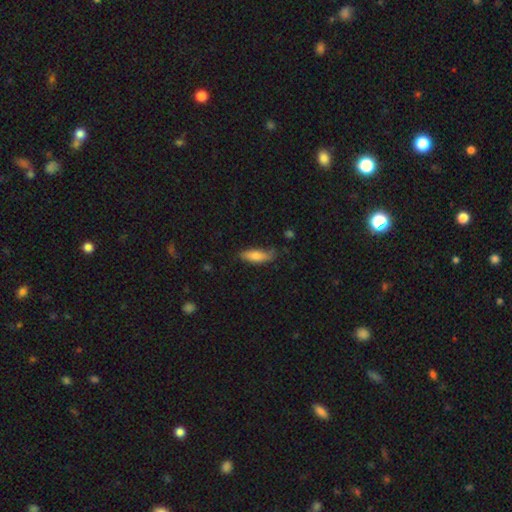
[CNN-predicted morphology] This appears to be a smooth galaxy with no disk features (77%) that is in between round and cigar-shaped (55%). Merging: none (64%).